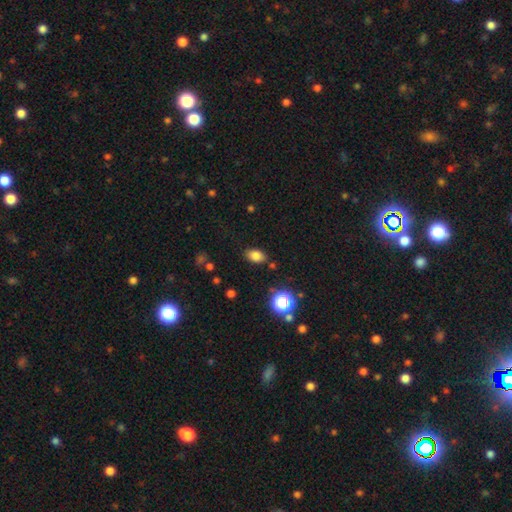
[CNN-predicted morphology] This appears to be a smooth galaxy with no disk features (80%) that is in between round and cigar-shaped (83%). Merging: none (83%).